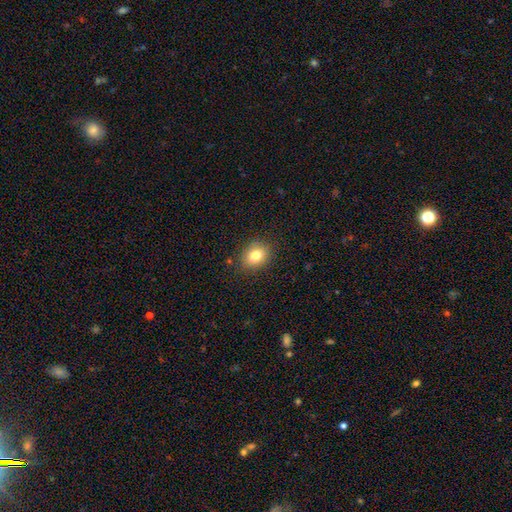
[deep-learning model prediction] The model was most divided on "how rounded": in between: 56%, round: 43%, cigar-shaped: 1%. More confident: merging — none (86%); smooth or featured — smooth (80%).